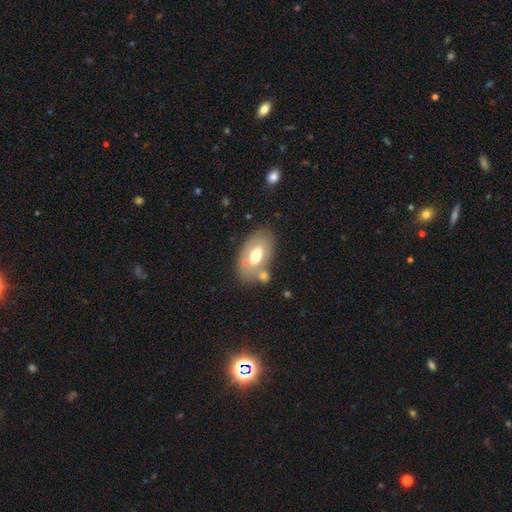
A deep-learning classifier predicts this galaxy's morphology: Smooth or featured? smooth (61%)
How rounded? in between (91%)
Merging? none (63%)